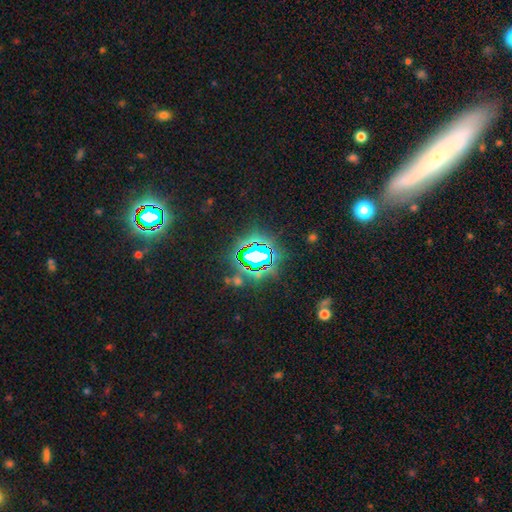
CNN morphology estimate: Smooth or featured? star or artifact (76%)